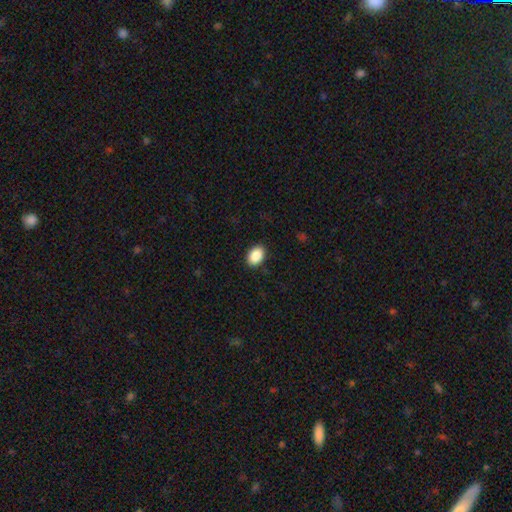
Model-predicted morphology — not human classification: smooth-or-featured: smooth: 89% | star or artifact: 8% | featured or disk: 4%
  how-rounded: in between: 81% | round: 18% | cigar-shaped: 1%
  merging: none: 88% | minor disturbance: 9% | major disturbance: 2% | merger: 1%